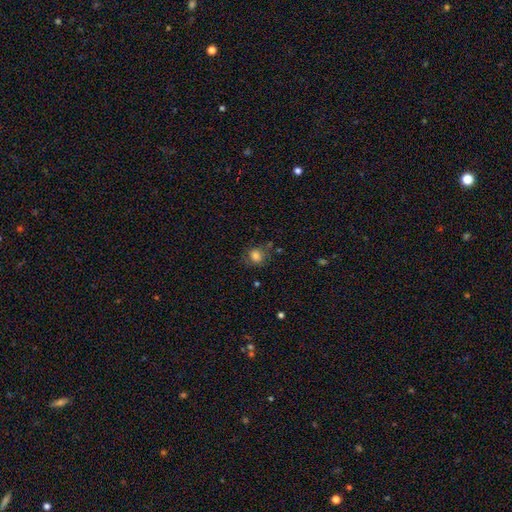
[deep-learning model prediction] Q: Smooth or featured?
A: smooth (79%); runner-up: star or artifact (12%)
Q: How rounded?
A: round (74%); runner-up: in between (25%)
Q: Merging?
A: none (68%); runner-up: minor disturbance (20%)